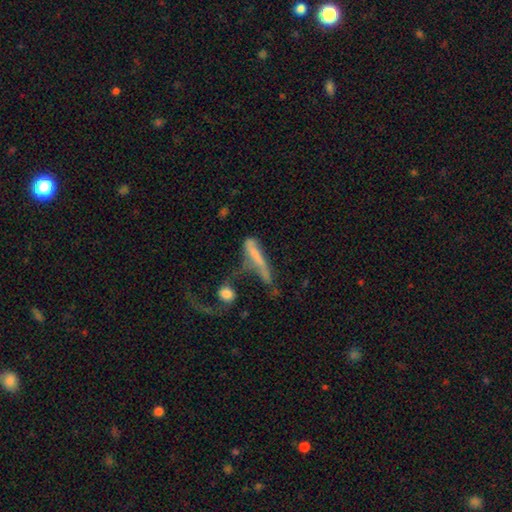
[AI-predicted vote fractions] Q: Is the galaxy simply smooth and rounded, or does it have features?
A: smooth — 46%.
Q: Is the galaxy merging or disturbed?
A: major disturbance — 34%.